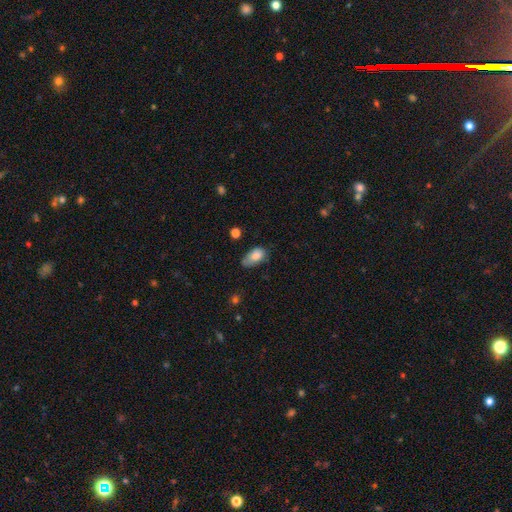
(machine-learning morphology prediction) Smooth or featured? smooth (81%)
How rounded? in between (92%)
Merging? none (47%)